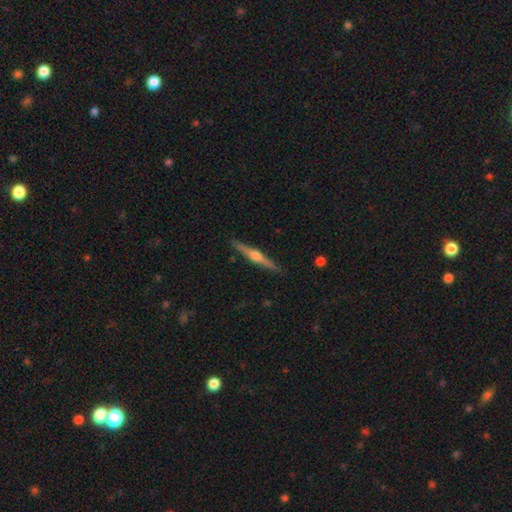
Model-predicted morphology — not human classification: Smooth or featured? featured or disk (80%)
Edge-on disk? yes (98%)
Edge-on bulge? rounded (94%)
Merging? none (91%)